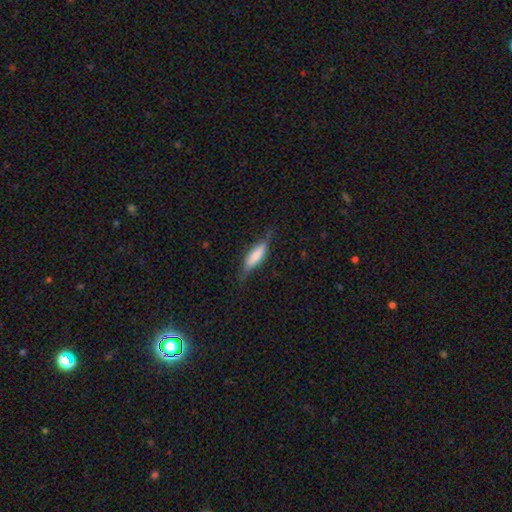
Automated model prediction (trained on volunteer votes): Smooth or featured? smooth (60%)
How rounded? cigar-shaped (58%)
Merging? none (70%)